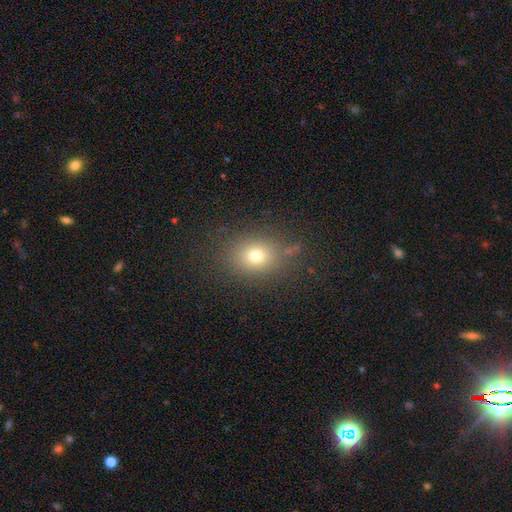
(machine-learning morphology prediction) Smooth or featured? smooth (73%)
How rounded? round (53%)
Merging? none (82%)